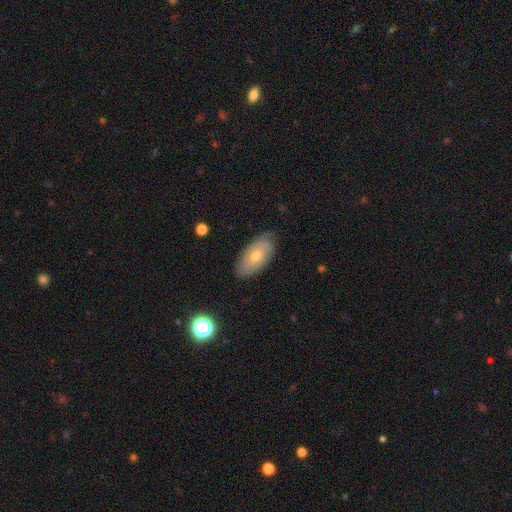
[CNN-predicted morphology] This appears to be a smooth galaxy with no disk features (47%). Merging: none (79%).